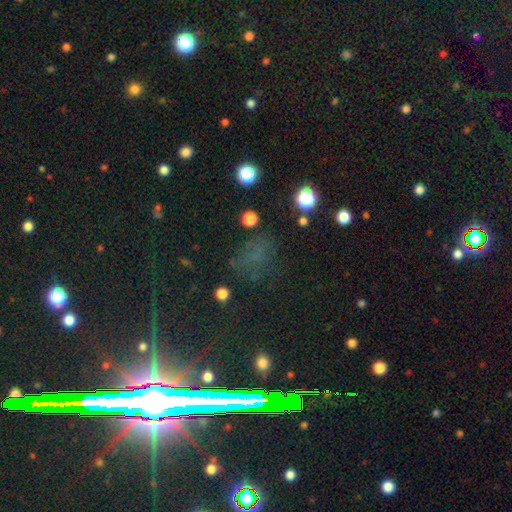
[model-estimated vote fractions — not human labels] A star or artifact, not a galaxy (52%).